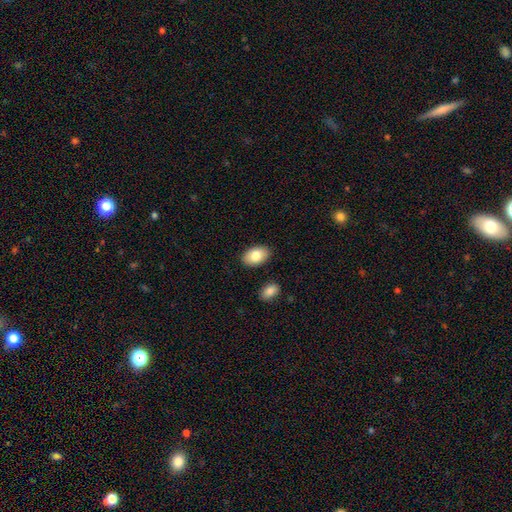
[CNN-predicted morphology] A smooth galaxy with no disk features (81%) that is in between round and cigar-shaped (92%).

Vote fractions:
- Smooth or featured? smooth: 81% / featured or disk: 12% / star or artifact: 7%
- How rounded? in between: 92% / round: 7% / cigar-shaped: 1%
- Merging? none: 87% / minor disturbance: 9% / merger: 2% / major disturbance: 2%